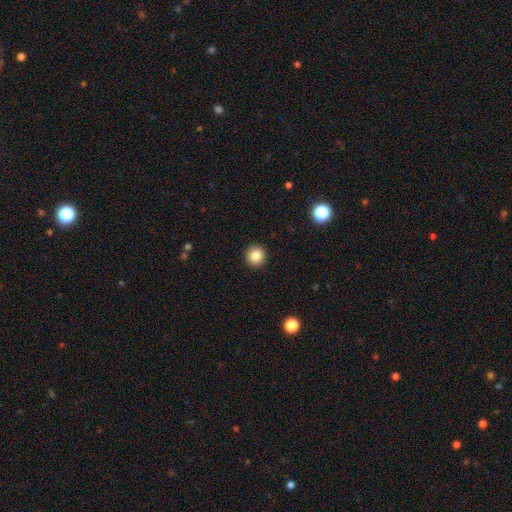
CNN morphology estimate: Overall: smooth (84%). How rounded: round (93%). Merging: none (93%).